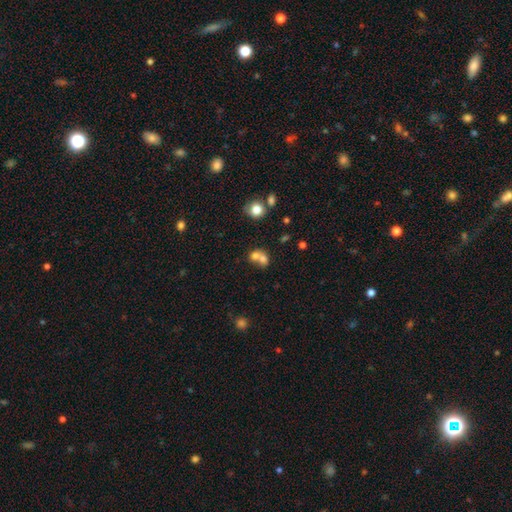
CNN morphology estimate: Smooth or featured? smooth (70%)
How rounded? round (63%)
Merging? merger (65%)